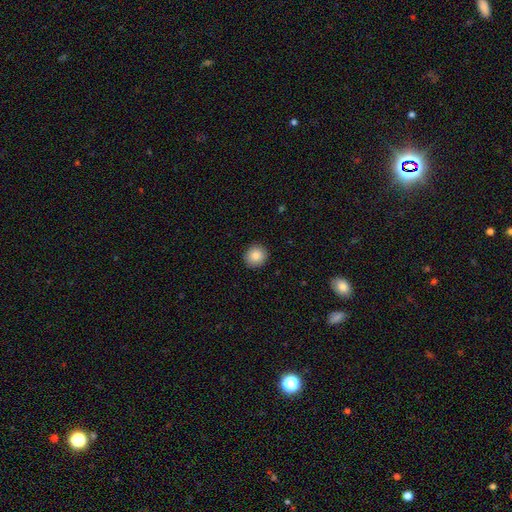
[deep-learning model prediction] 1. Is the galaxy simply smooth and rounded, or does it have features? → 86% smooth, 9% star or artifact, 5% featured or disk.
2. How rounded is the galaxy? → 90% round, 9% in between, 1% cigar-shaped.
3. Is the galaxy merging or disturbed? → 91% none, 6% minor disturbance, 2% major disturbance, 1% merger.